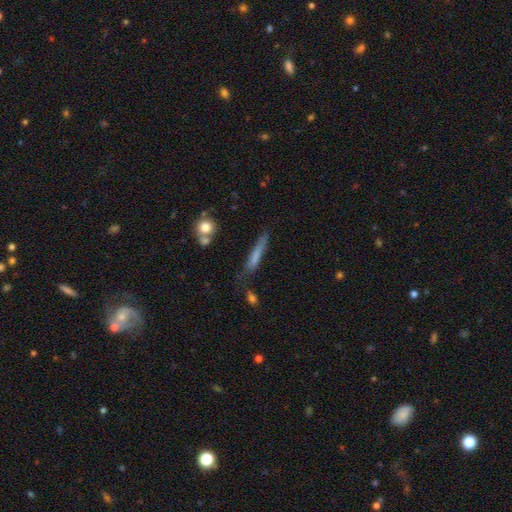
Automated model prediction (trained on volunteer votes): Smooth or featured?
  - smooth: 67% *
  - featured or disk: 25%
  - star or artifact: 7%
How rounded?
  - cigar-shaped: 92% *
  - in between: 7%
  - round: 2%
Merging?
  - none: 66% *
  - minor disturbance: 22%
  - major disturbance: 7%
  - merger: 5%